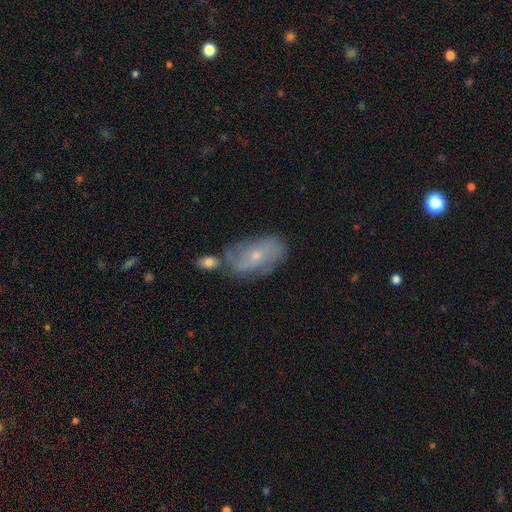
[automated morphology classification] Q: Smooth or featured?
A: featured or disk (61%); runner-up: smooth (30%)
Q: Edge-on disk?
A: no (93%); runner-up: yes (7%)
Q: Bar?
A: no (68%); runner-up: weak (26%)
Q: Spiral arms?
A: yes (75%); runner-up: no (25%)
Q: Bulge size?
A: small (70%); runner-up: moderate (26%)
Q: Merging?
A: none (53%); runner-up: minor disturbance (22%)